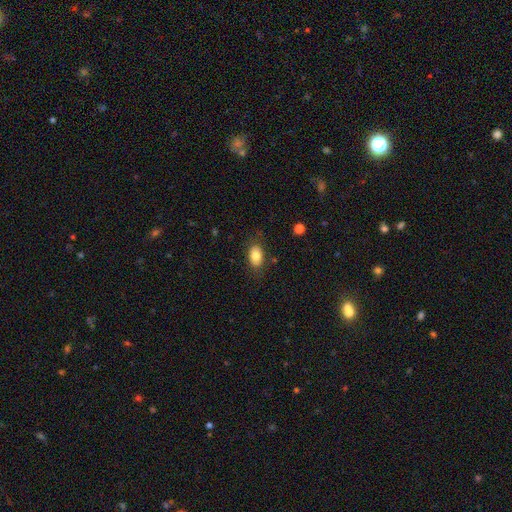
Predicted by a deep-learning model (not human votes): smooth_or_featured: smooth (p=0.82) [alt: featured or disk p=0.10]
how_rounded: in between (p=0.88) [alt: round p=0.11]
merging: none (p=0.82) [alt: minor disturbance p=0.13]